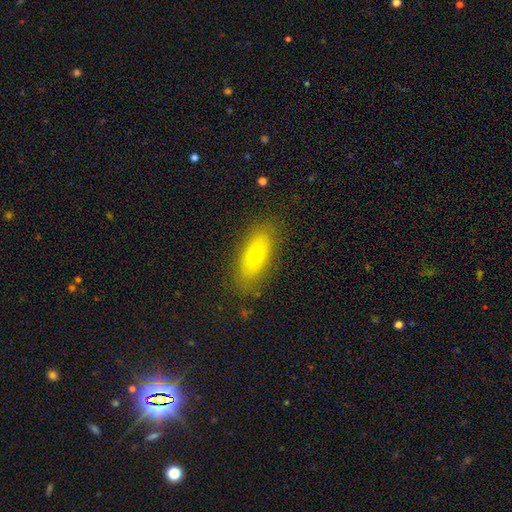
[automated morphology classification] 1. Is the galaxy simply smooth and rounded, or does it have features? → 65% smooth, 26% featured or disk, 9% star or artifact.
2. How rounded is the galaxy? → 67% in between, 28% cigar-shaped, 5% round.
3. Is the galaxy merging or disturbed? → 84% none, 11% minor disturbance, 4% major disturbance, 1% merger.